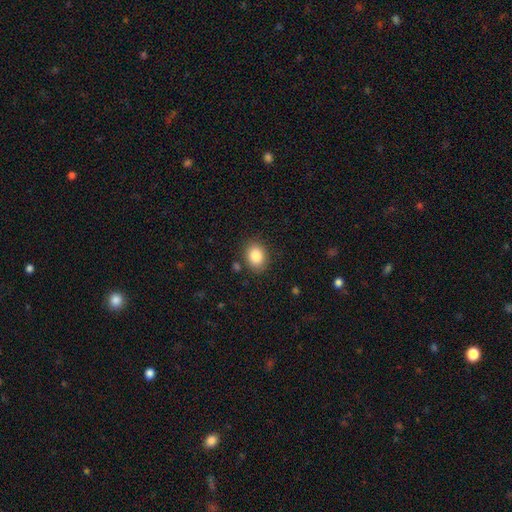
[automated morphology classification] Overall: smooth (86%). How rounded: in between (57%; round 42%). Merging: none (84%).